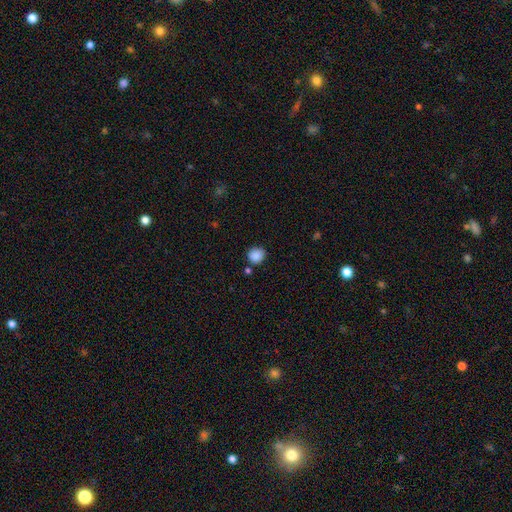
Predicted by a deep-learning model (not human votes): Smooth or featured? Predicted: smooth (p=0.88). How rounded? Predicted: round (p=0.85). Merging? Predicted: none (p=0.81).